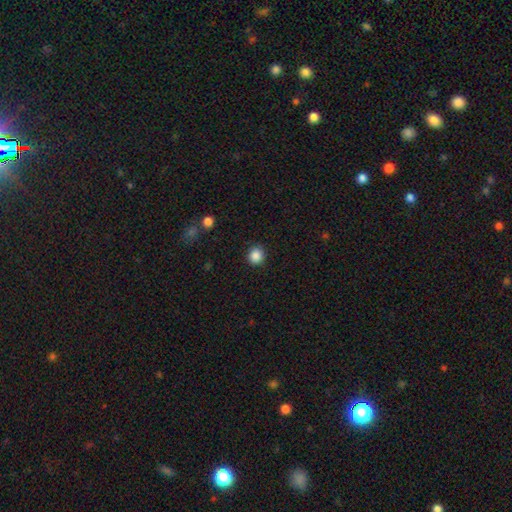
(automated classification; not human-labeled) This appears to be a smooth galaxy with no disk features (87%) that is round (88%). Merging: none (90%).